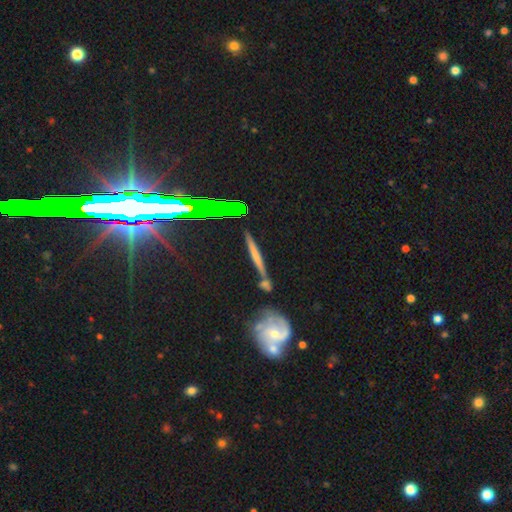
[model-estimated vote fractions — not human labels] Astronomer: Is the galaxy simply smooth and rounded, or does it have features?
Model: featured or disk — 49% (runner-up: smooth, 40%).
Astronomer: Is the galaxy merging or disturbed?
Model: none — 72%.